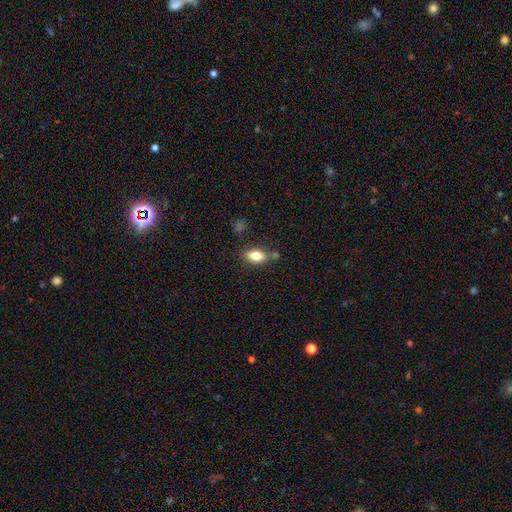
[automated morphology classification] This appears to be a smooth galaxy with no disk features (80%) that is in between round and cigar-shaped (86%). Merging: none (71%).